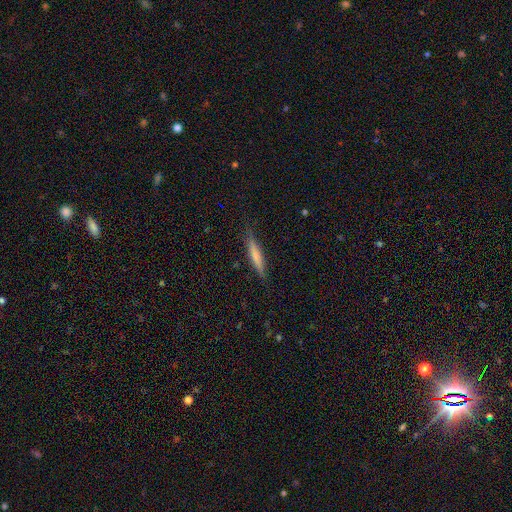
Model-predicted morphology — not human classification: A smooth galaxy with no disk features (63%) that is cigar-shaped (91%).

Vote fractions:
- Smooth or featured? smooth: 63% / featured or disk: 31% / star or artifact: 6%
- How rounded? cigar-shaped: 91% / in between: 7% / round: 1%
- Merging? none: 86% / minor disturbance: 11% / major disturbance: 2% / merger: 1%